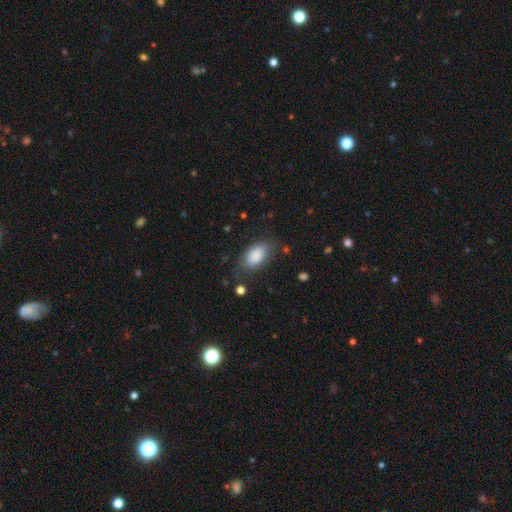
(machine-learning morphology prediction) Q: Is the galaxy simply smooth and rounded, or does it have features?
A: smooth — 86%.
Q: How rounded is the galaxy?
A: in between — 92%.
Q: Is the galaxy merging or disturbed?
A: none — 71%.